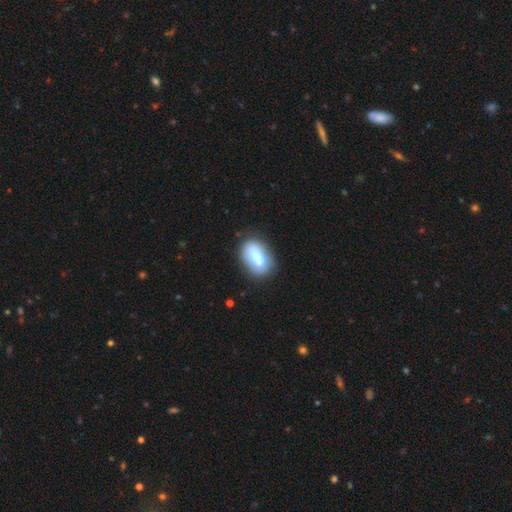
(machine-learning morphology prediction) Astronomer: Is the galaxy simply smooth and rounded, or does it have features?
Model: smooth — 71%.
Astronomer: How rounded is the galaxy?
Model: in between — 89%.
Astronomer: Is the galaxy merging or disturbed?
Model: none — 63%.